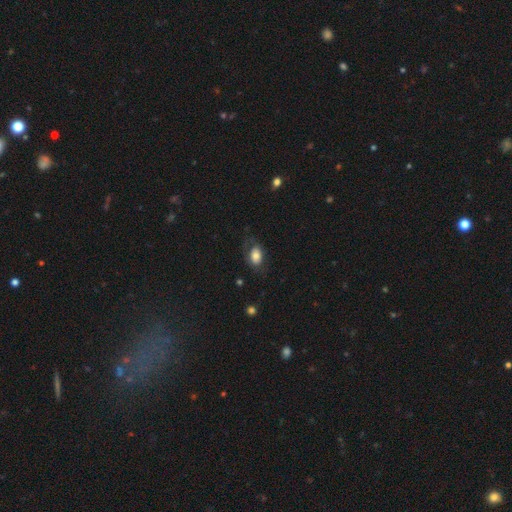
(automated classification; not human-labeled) smooth_or_featured: smooth (p=0.72) [alt: featured or disk p=0.21]
how_rounded: in between (p=0.85) [alt: round p=0.13]
merging: none (p=0.59) [alt: minor disturbance p=0.22]